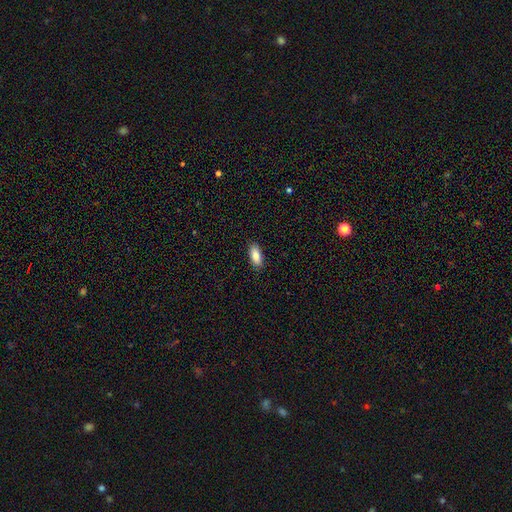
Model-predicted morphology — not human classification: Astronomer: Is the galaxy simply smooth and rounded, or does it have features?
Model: smooth — 87%.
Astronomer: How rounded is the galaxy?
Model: in between — 85%.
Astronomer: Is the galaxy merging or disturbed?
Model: none — 89%.